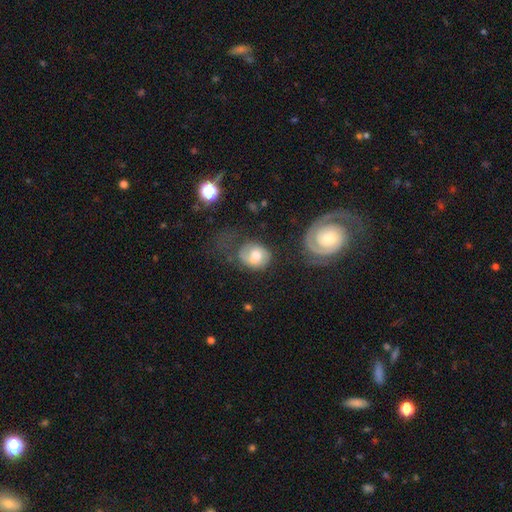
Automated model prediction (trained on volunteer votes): This appears to be a smooth galaxy with no disk features (52%) that is round (59%). Merging: none (48%).